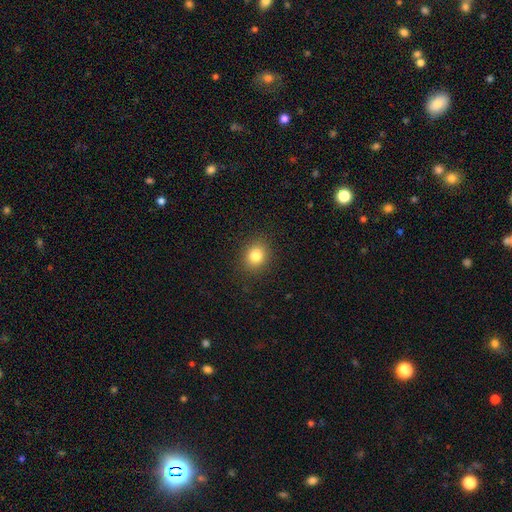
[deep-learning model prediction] The model was most divided on "how rounded": round: 63%, in between: 36%, cigar-shaped: 1%. More confident: merging — none (89%); smooth or featured — smooth (82%).